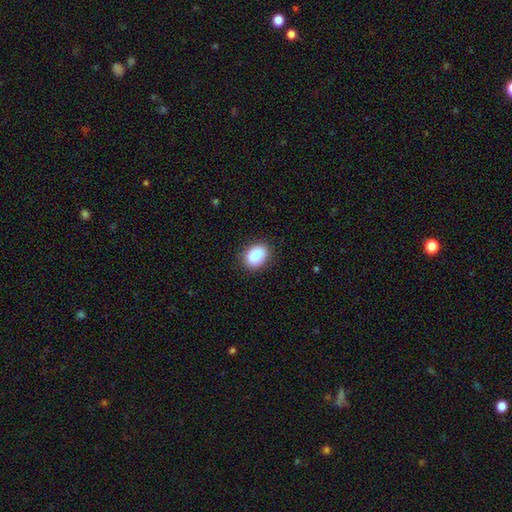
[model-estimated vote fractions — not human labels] The model was most divided on "how rounded": in between: 73%, round: 26%, cigar-shaped: 1%. More confident: merging — none (87%); smooth or featured — smooth (86%).